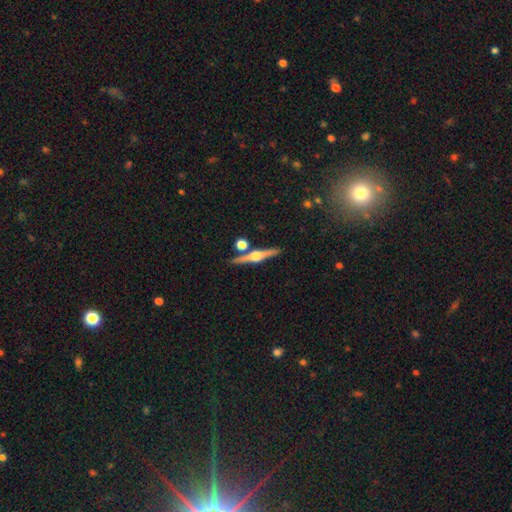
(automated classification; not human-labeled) Morphology: type=featured or disk (80%); edge-on=yes (98%); edge-on bulge=rounded (94%); merging=none (84%).